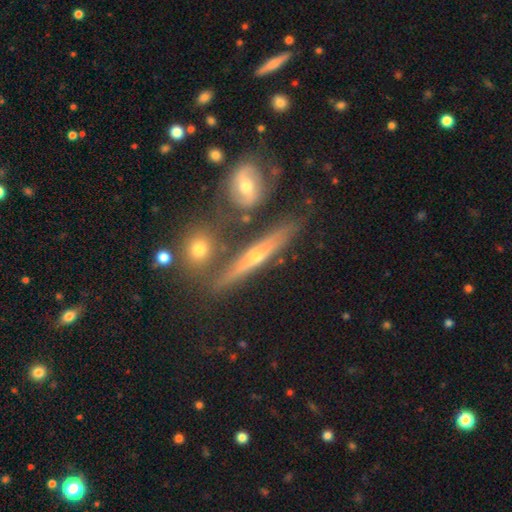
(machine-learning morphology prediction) type=featured or disk (69%); edge-on=yes (89%); edge-on bulge=rounded (80%); merging=none (70%).